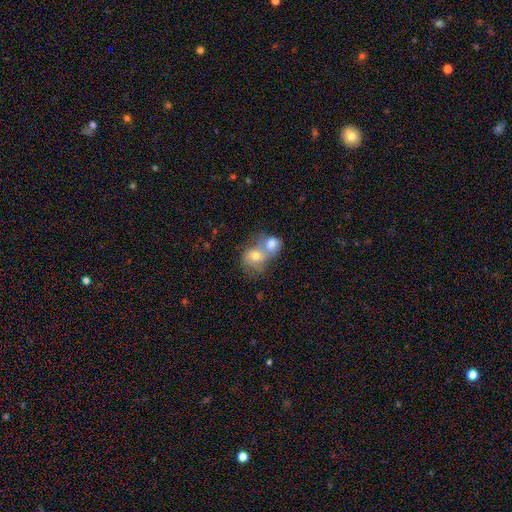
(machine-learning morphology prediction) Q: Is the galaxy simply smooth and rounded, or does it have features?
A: smooth — 53%.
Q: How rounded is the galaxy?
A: round — 65%.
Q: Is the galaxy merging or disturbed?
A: merger — 65%.